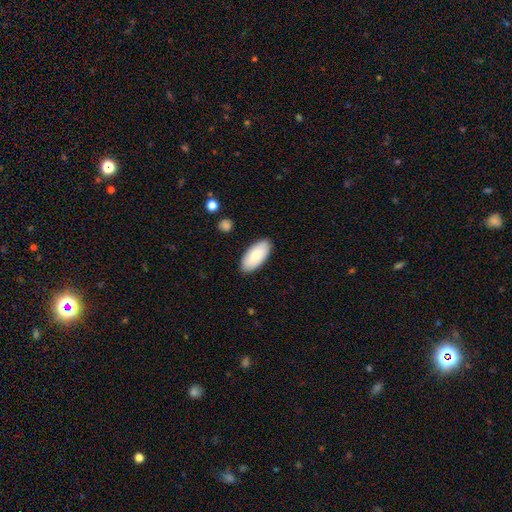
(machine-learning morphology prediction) Smooth or featured: smooth — 79% (featured or disk — 15%)
How rounded: in between — 93% (cigar-shaped — 5%)
Merging: none — 88% (minor disturbance — 9%)